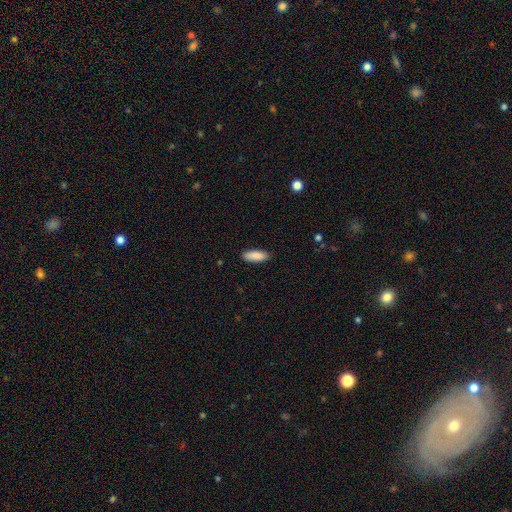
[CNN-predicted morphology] Smooth or featured?
  - smooth: 89% *
  - star or artifact: 6%
  - featured or disk: 5%
How rounded?
  - in between: 67% *
  - cigar-shaped: 31%
  - round: 2%
Merging?
  - none: 88% *
  - minor disturbance: 9%
  - major disturbance: 2%
  - merger: 1%